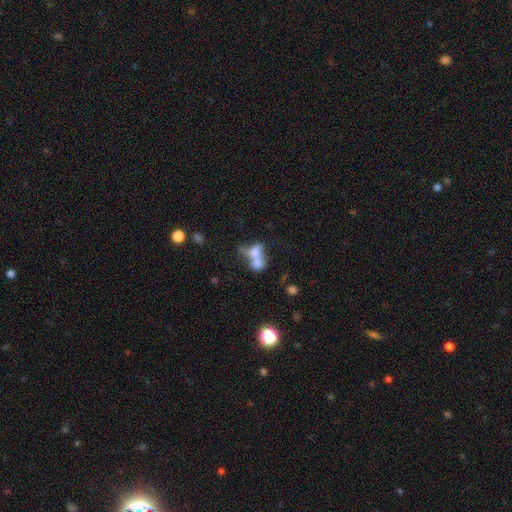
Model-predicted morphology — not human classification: smooth_or_featured: smooth (p=0.61) [alt: featured or disk p=0.27]
how_rounded: in between (p=0.67) [alt: round p=0.28]
merging: merger (p=0.72) [alt: none p=0.13]